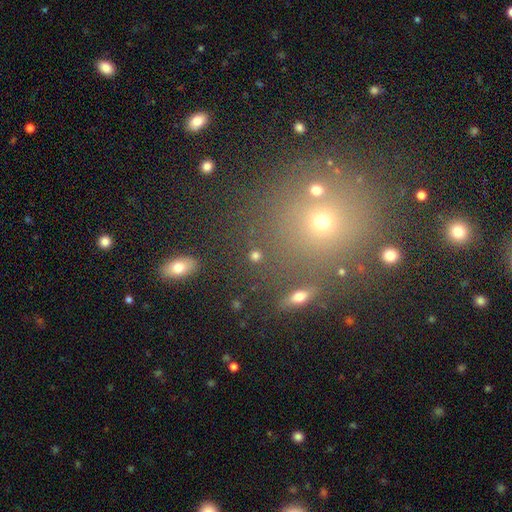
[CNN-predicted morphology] smooth-or-featured: smooth: 67% | star or artifact: 21% | featured or disk: 11%
  how-rounded: round: 67% | in between: 28% | cigar-shaped: 5%
  merging: none: 80% | minor disturbance: 9% | merger: 7% | major disturbance: 5%